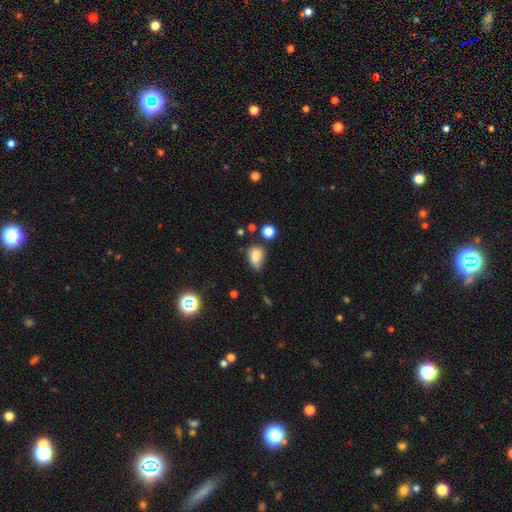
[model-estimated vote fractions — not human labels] Smooth or featured? smooth (80%)
How rounded? in between (78%)
Merging? none (40%, tied with minor disturbance)